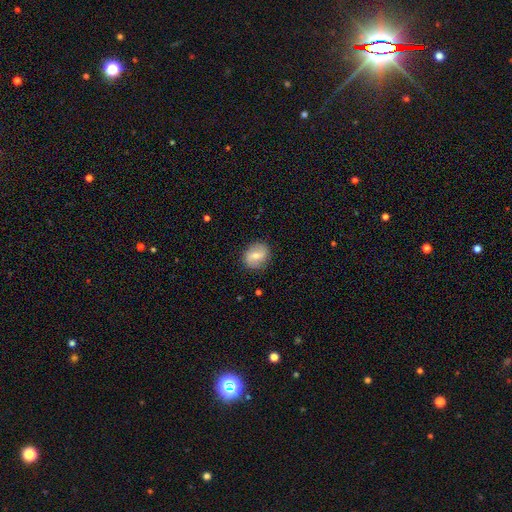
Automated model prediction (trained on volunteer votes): This appears to be a smooth galaxy with no disk features (57%) that is round (63%). Merging: none (84%).